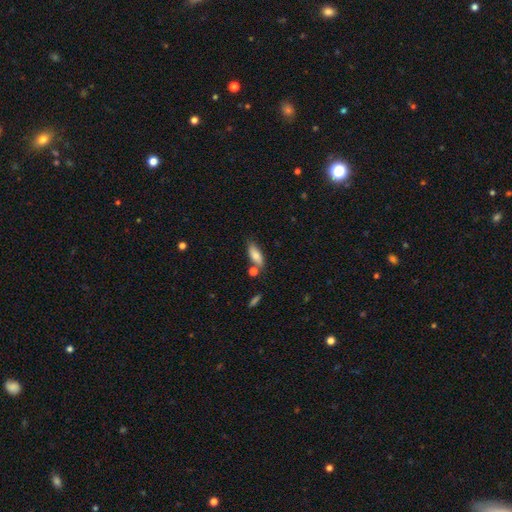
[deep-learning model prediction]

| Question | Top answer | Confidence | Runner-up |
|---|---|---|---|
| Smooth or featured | smooth | 78% | featured or disk (15%) |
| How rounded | in between | 72% | cigar-shaped (26%) |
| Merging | none | 68% | minor disturbance (16%) |